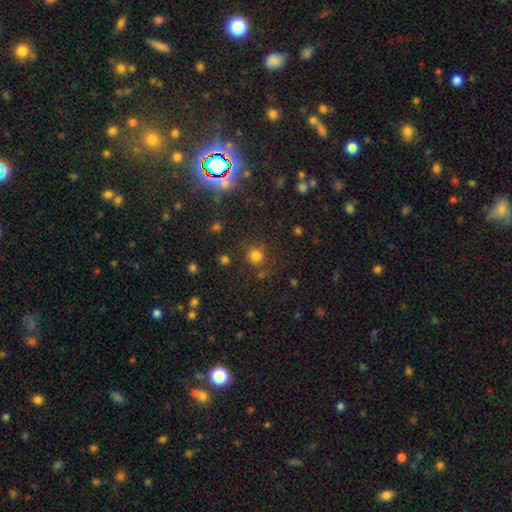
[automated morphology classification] Smooth or featured?
  - smooth: 75% *
  - star or artifact: 20%
  - featured or disk: 6%
How rounded?
  - round: 91% *
  - in between: 8%
  - cigar-shaped: 1%
Merging?
  - none: 80% *
  - minor disturbance: 10%
  - merger: 6%
  - major disturbance: 5%